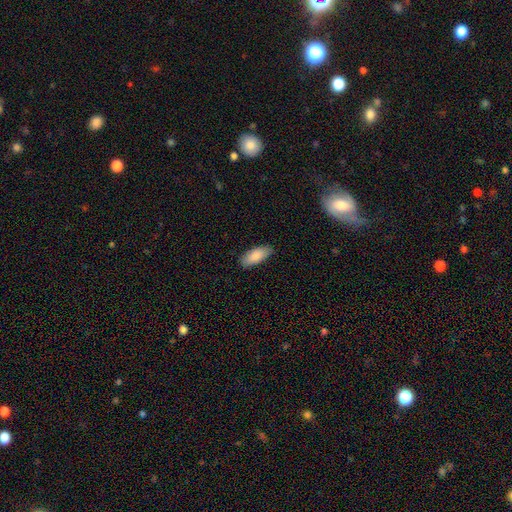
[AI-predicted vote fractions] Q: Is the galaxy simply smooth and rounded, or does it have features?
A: smooth — 87%.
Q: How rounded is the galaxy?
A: in between — 85%.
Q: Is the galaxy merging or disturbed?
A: none — 83%.